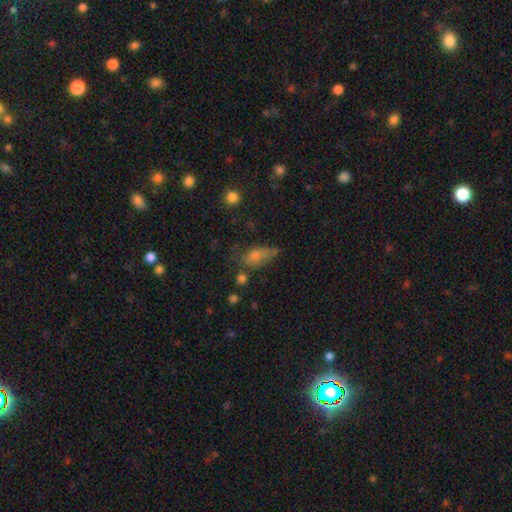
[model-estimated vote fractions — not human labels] smooth 56%, featured or disk 23%, star or artifact 21%. Down the decision tree: how rounded — in between (72%); merging — none (43%).